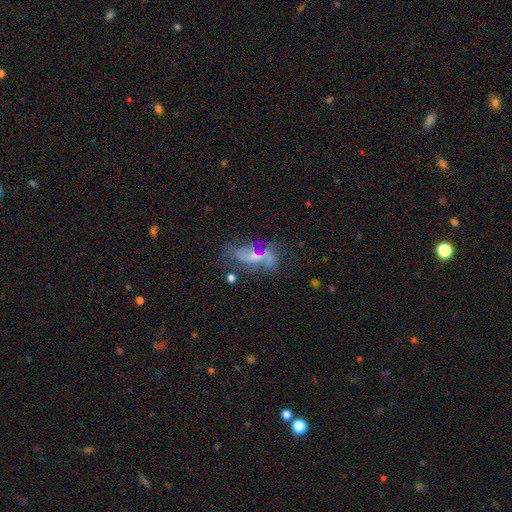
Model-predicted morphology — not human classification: A featured or disk galaxy (70%) with no bar (45%), spiral arms (76%) and a small central bulge (53%). Merging: none (44%).